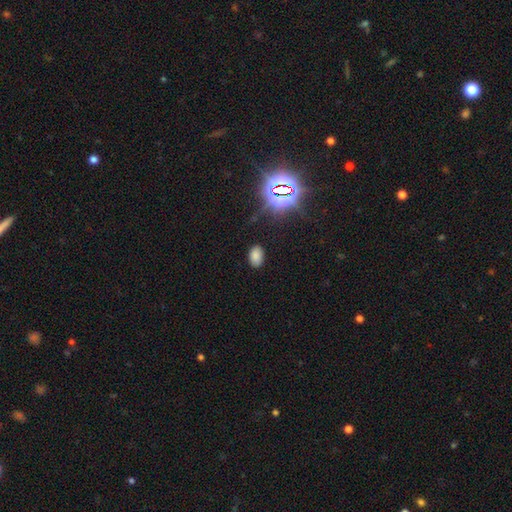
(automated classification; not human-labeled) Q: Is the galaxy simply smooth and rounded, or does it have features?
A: smooth — 76%.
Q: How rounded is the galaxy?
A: in between — 89%.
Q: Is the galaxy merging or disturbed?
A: none — 85%.